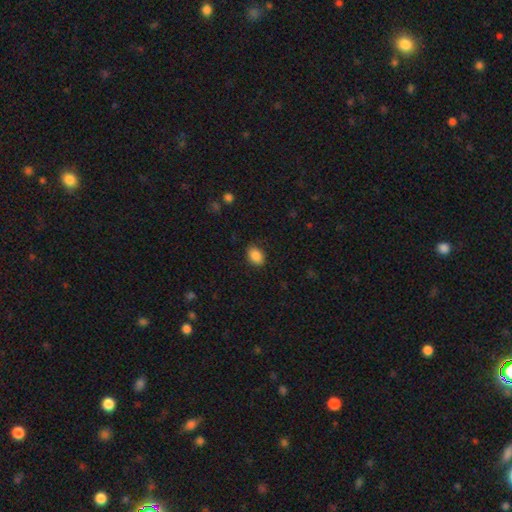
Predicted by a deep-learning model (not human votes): smooth 88%, star or artifact 8%, featured or disk 4%. Down the decision tree: how rounded — in between (71%); merging — none (86%).